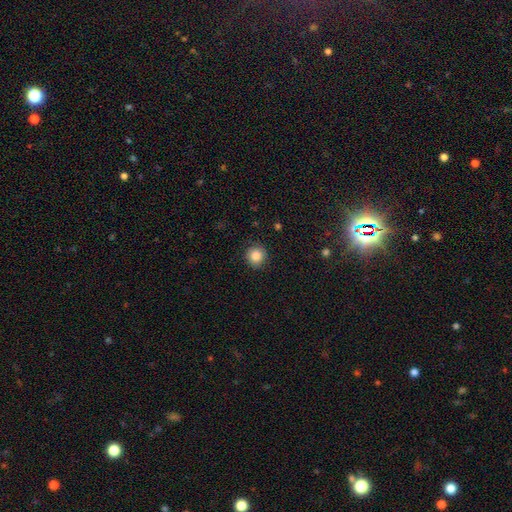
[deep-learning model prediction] Smooth or featured?
  - smooth: 86% *
  - star or artifact: 10%
  - featured or disk: 5%
How rounded?
  - round: 91% *
  - in between: 8%
  - cigar-shaped: 1%
Merging?
  - none: 89% *
  - minor disturbance: 8%
  - major disturbance: 2%
  - merger: 1%